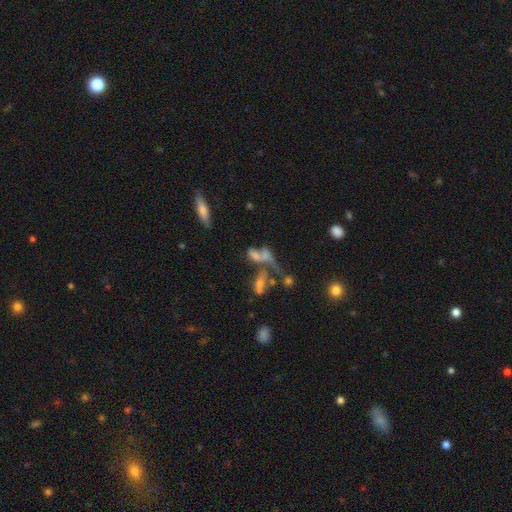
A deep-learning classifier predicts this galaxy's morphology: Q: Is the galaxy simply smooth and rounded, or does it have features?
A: smooth — 48%.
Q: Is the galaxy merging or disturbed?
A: merger — 58%.